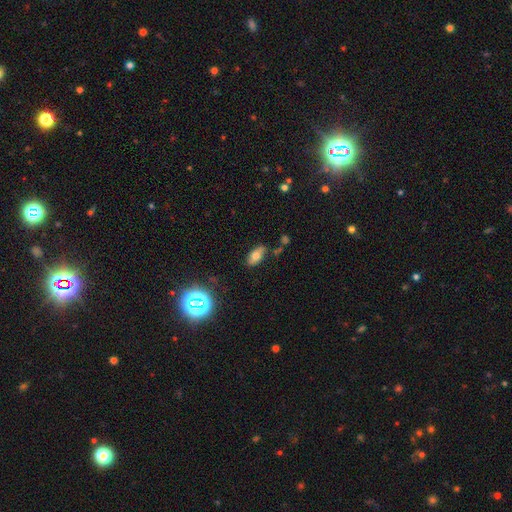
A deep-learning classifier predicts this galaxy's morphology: smooth 65%, featured or disk 23%, star or artifact 12%. Down the decision tree: how rounded — in between (87%); merging — none (75%).